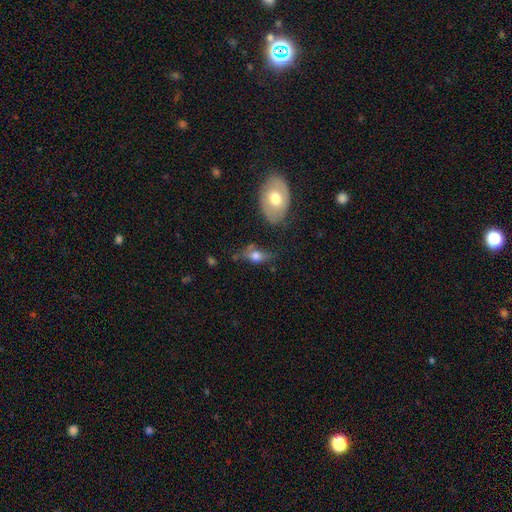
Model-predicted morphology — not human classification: smooth_or_featured: smooth (p=0.57) [alt: featured or disk p=0.33]
how_rounded: in between (p=0.75) [alt: round p=0.14]
merging: none (p=0.49) [alt: minor disturbance p=0.26]